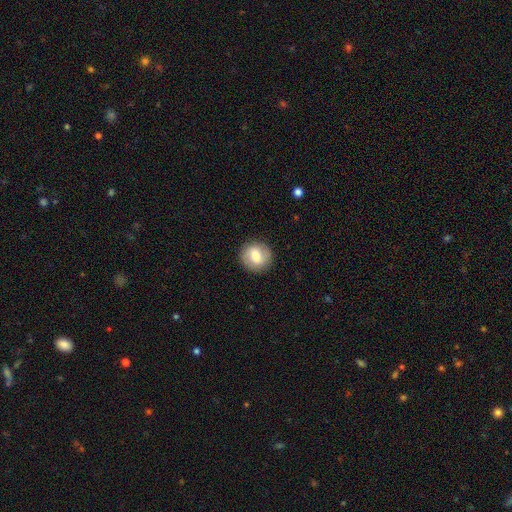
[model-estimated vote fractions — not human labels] Overall: smooth (64%; featured or disk 28%). How rounded: round (86%). Merging: none (89%).